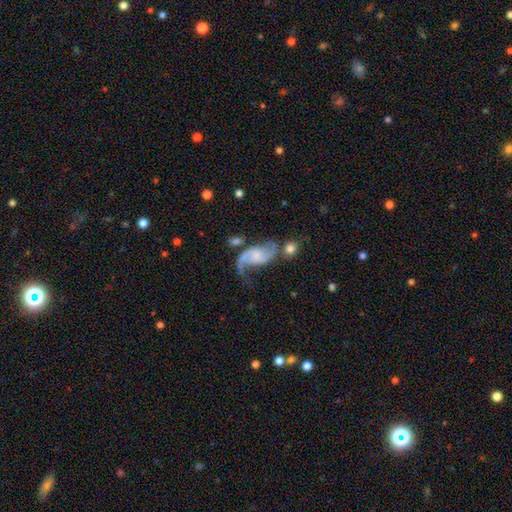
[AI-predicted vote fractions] featured or disk 86%, smooth 8%, star or artifact 6%. Down the decision tree: edge-on disk — no (97%); bar — no (56%); spiral arms — yes (96%); spiral arm count — 2 (91%); spiral winding — loose (70%); bulge size — small (37%); merging — none (47%).